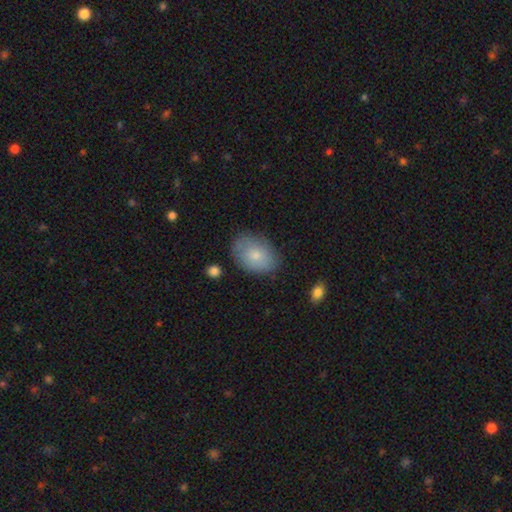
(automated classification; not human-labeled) Smooth or featured: smooth — 78% (featured or disk — 15%)
How rounded: in between — 81% (round — 18%)
Merging: none — 77% (minor disturbance — 17%)